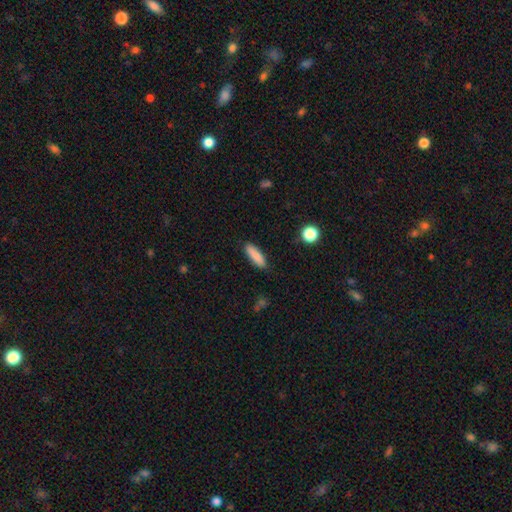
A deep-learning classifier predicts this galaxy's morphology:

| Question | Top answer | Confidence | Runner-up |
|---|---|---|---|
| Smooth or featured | smooth | 87% | star or artifact (7%) |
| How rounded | cigar-shaped | 61% | in between (37%) |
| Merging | none | 88% | minor disturbance (9%) |